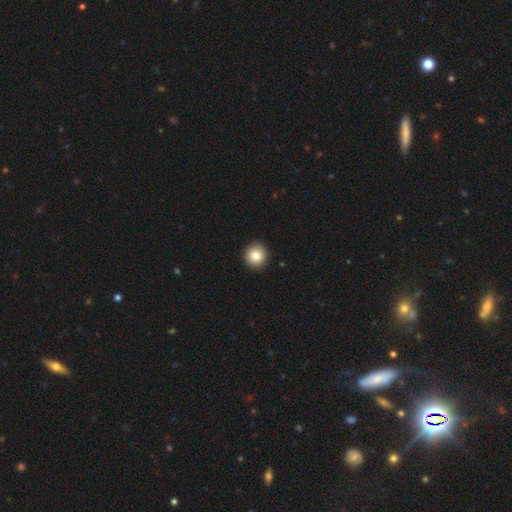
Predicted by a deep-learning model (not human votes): This is clearly a smooth galaxy (81%). How rounded: clearly round (92%). Merging: clearly none (93%).